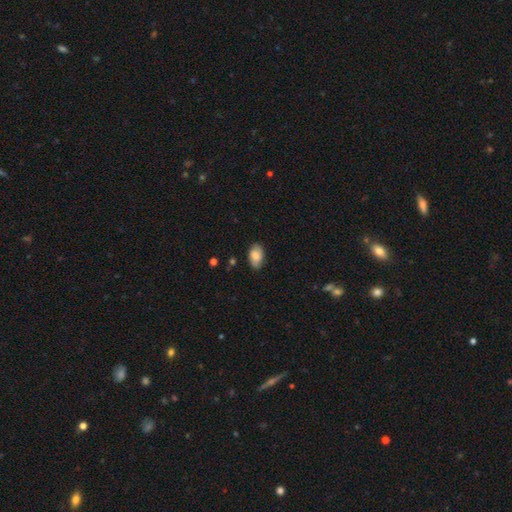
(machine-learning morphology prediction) Smooth or featured?
  - smooth: 76% *
  - featured or disk: 17%
  - star or artifact: 7%
How rounded?
  - in between: 92% *
  - round: 6%
  - cigar-shaped: 2%
Merging?
  - none: 80% *
  - minor disturbance: 16%
  - major disturbance: 3%
  - merger: 1%